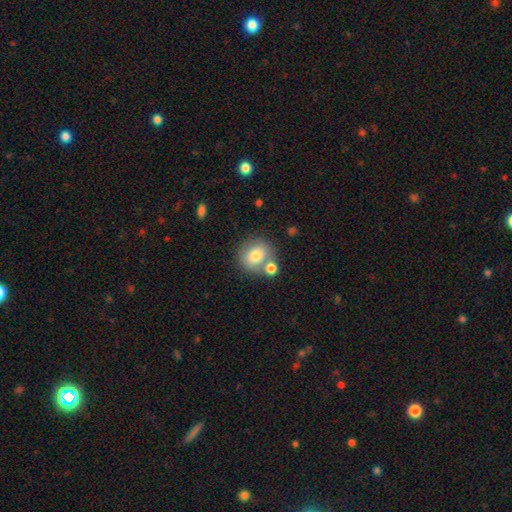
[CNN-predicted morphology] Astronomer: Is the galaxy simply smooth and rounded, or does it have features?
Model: smooth — 75%.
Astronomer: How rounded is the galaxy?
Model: round — 80%.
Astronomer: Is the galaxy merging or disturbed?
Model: none — 57%.